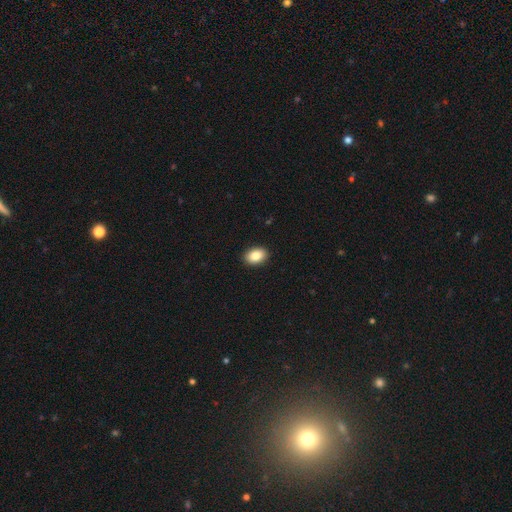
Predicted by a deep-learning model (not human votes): This appears to be a smooth galaxy with no disk features (85%) that is in between round and cigar-shaped (82%). Merging: none (91%).